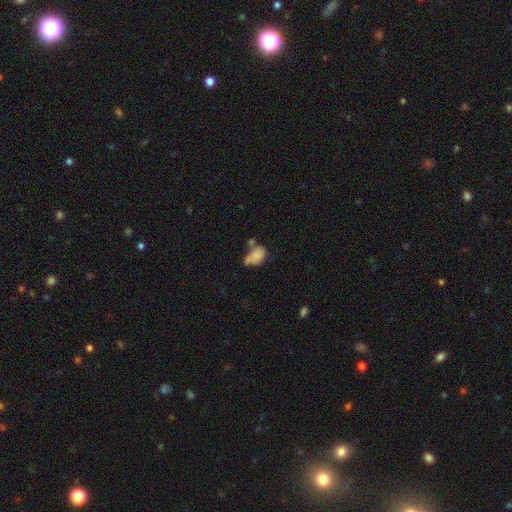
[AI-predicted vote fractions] The model was most divided on "merging": merger: 29%, minor disturbance: 27%, none: 27%, major disturbance: 17%. More confident: how rounded — in between (82%); smooth or featured — smooth (73%).